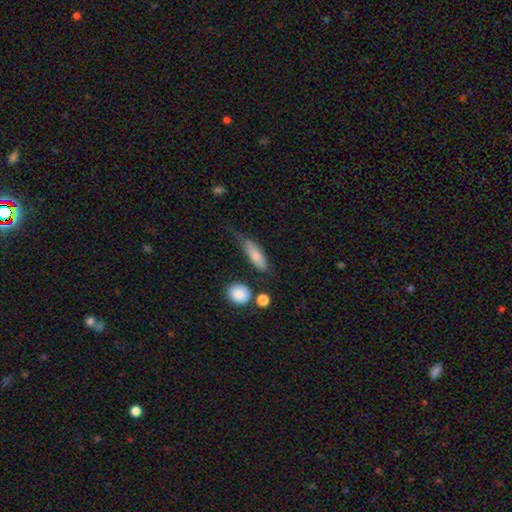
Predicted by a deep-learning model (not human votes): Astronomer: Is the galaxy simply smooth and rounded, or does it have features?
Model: smooth — 78%.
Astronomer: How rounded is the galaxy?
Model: in between — 52% (runner-up: cigar-shaped, 45%).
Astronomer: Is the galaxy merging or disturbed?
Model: none — 48% (runner-up: minor disturbance, 32%).